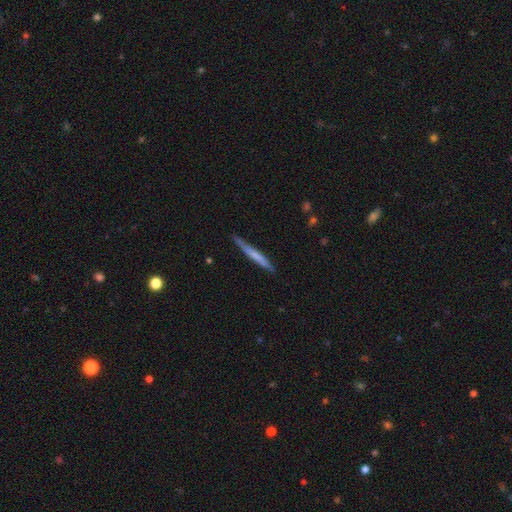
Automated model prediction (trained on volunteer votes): A smooth galaxy with no disk features (55%) that is cigar-shaped (96%). Merging: none (82%).